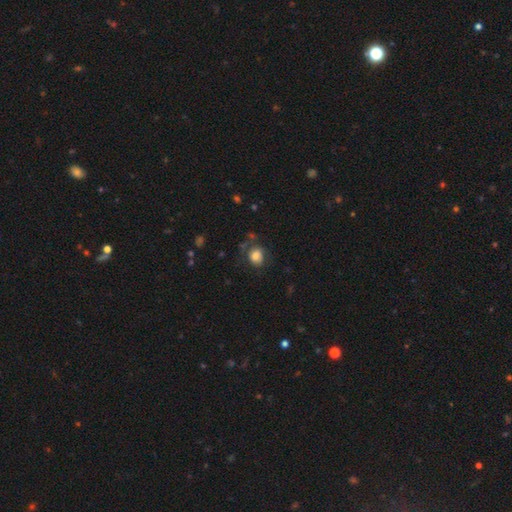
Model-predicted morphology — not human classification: This is likely a smooth galaxy (80%). How rounded: likely round (61%). Merging: likely none (67%).